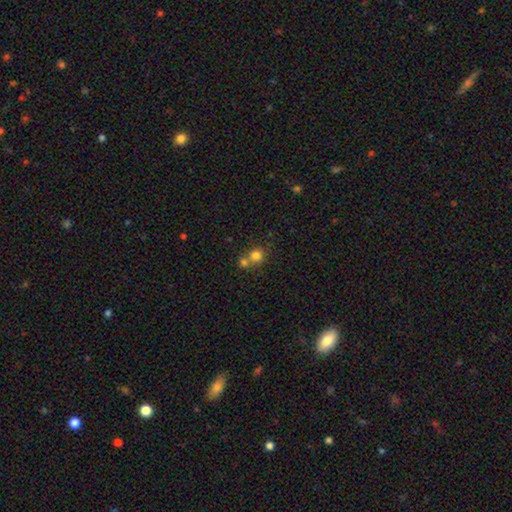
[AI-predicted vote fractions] Smooth or featured? Predicted: smooth (p=0.79). How rounded? Predicted: round (p=0.88). Merging? Predicted: none (p=0.47).